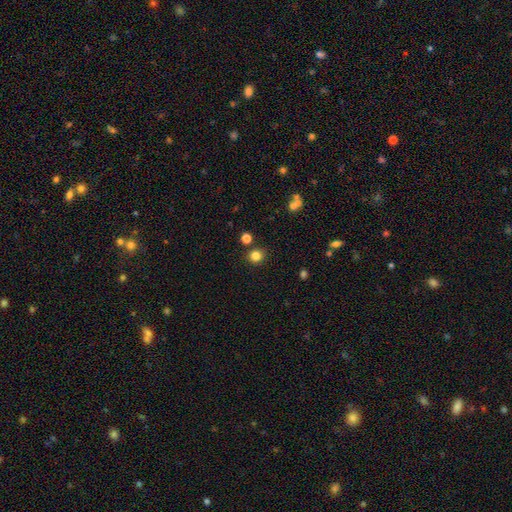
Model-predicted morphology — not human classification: smooth 81%, star or artifact 14%, featured or disk 5%. Down the decision tree: how rounded — round (90%); merging — none (86%).